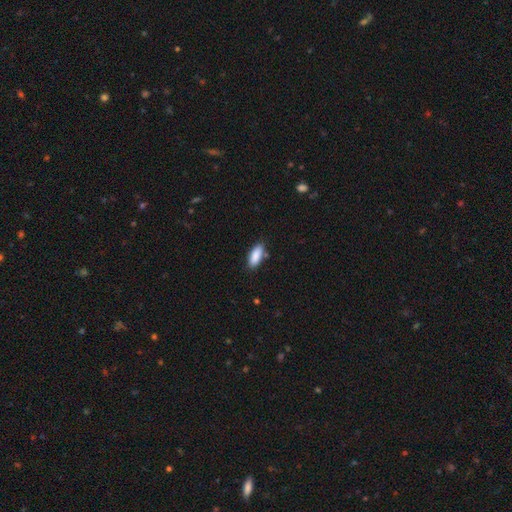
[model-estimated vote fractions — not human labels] A smooth galaxy with no disk features (89%) that is in between round and cigar-shaped (78%). Merging: none (81%).